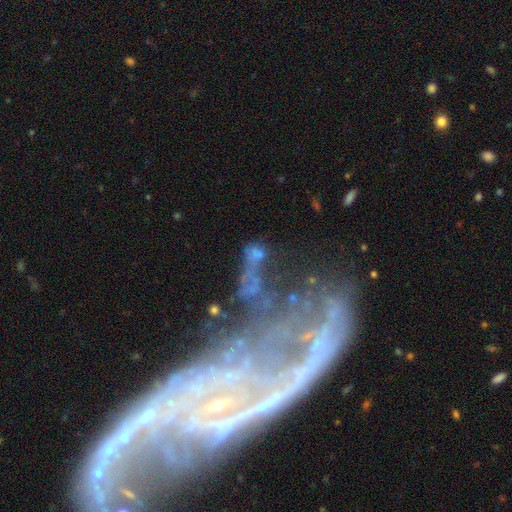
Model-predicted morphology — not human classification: Overall: featured or disk (36%; smooth 34%). Merging: none (34%; major disturbance 26%).